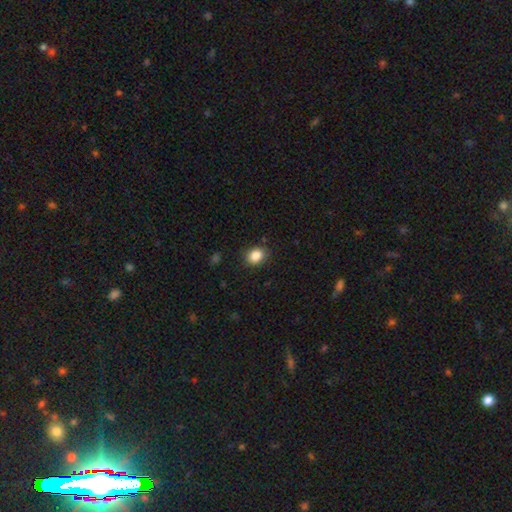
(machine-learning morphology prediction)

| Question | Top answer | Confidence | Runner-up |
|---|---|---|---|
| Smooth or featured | smooth | 86% | star or artifact (10%) |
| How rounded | in between | 55% | round (44%) |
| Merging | none | 85% | minor disturbance (11%) |